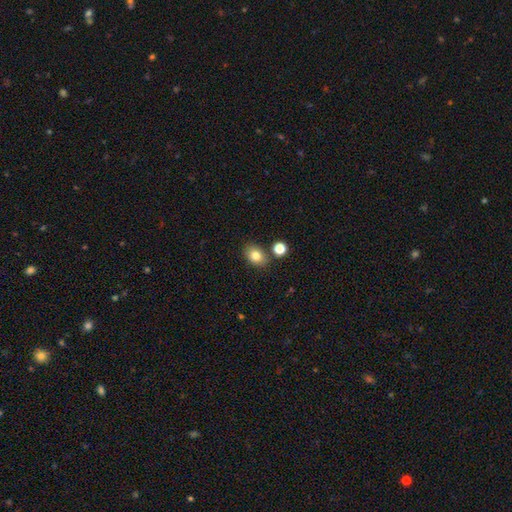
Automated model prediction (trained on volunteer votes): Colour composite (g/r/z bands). It shows a smooth galaxy with no disk features (81%) that is in between round and cigar-shaped (67%). Merging: none (79%).